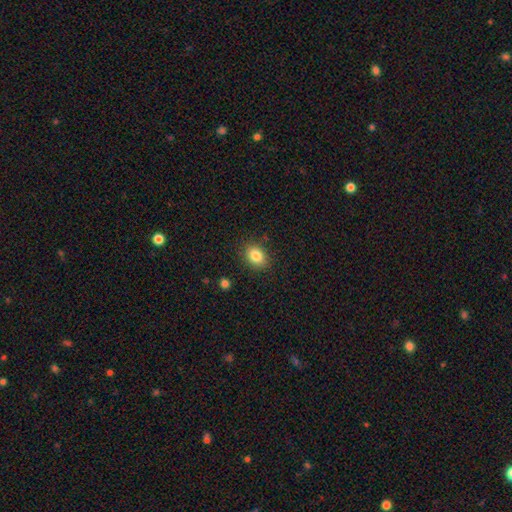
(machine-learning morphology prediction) A smooth galaxy with no disk features (84%) that is in between round and cigar-shaped (65%).

Vote fractions:
- Smooth or featured? smooth: 84% / star or artifact: 9% / featured or disk: 7%
- How rounded? in between: 65% / round: 34% / cigar-shaped: 1%
- Merging? none: 87% / minor disturbance: 9% / major disturbance: 3% / merger: 1%